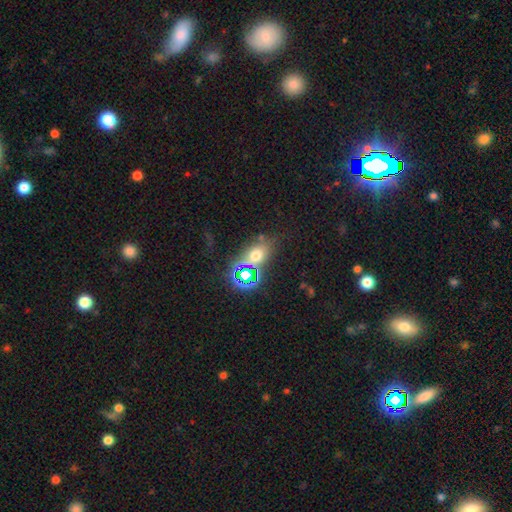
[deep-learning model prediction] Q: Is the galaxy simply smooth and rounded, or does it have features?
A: smooth — 55%.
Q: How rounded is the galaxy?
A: in between — 62%.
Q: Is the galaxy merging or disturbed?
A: none — 63%.